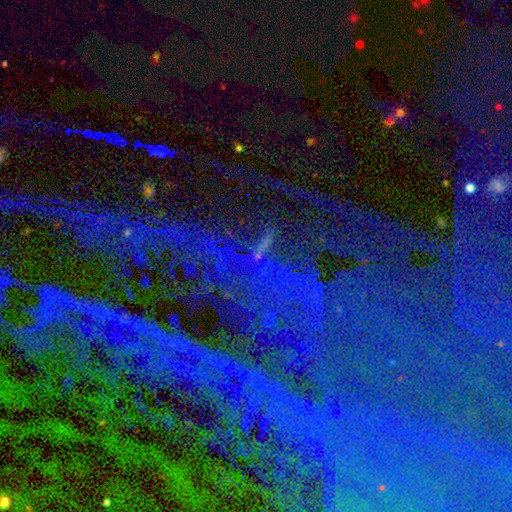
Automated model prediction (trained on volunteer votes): star or artifact 82%, featured or disk 10%, smooth 9%.